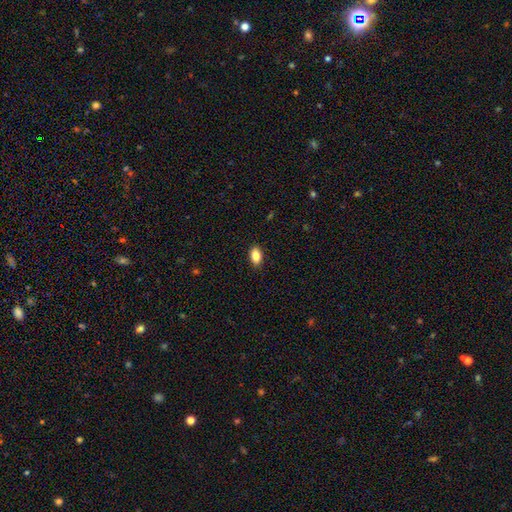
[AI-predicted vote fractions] Q: Smooth or featured?
A: smooth (86%); runner-up: star or artifact (8%)
Q: How rounded?
A: in between (90%); runner-up: round (7%)
Q: Merging?
A: none (89%); runner-up: minor disturbance (8%)